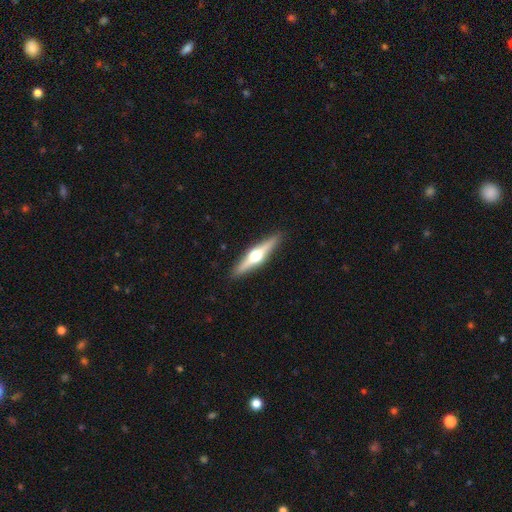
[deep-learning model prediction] smooth-or-featured: featured or disk: 73% | smooth: 22% | star or artifact: 5%
  disk-edge-on: yes: 98% | no: 2%
    edge-on-bulge: rounded: 96% | boxy: 2% | none: 2%
  merging: none: 91% | minor disturbance: 6% | major disturbance: 1% | merger: 1%